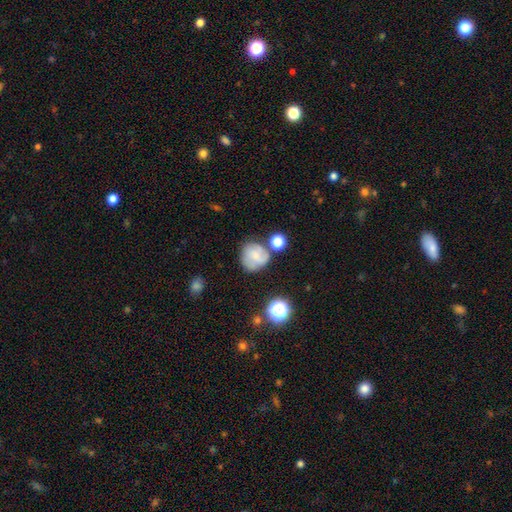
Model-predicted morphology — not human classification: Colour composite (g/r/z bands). It shows a smooth galaxy with no disk features (59%) that is round (81%). Merging: none (53%).